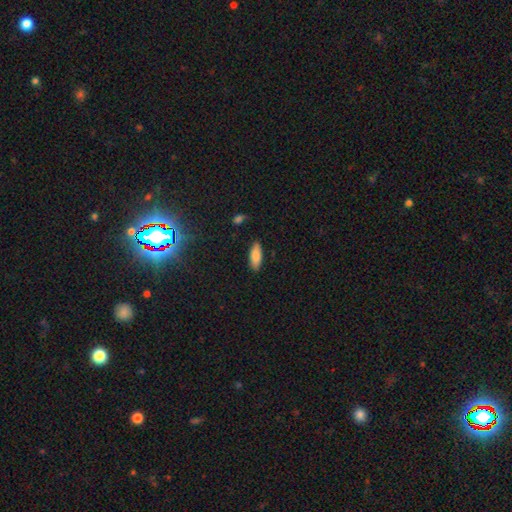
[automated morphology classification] type=smooth (84%); roundness=in between (73%); merging=none (86%).